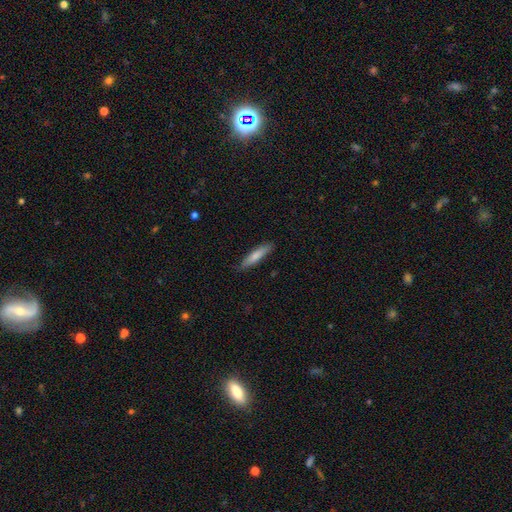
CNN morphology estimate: smooth 75%, featured or disk 19%, star or artifact 6%. Down the decision tree: how rounded — cigar-shaped (85%); merging — none (86%).